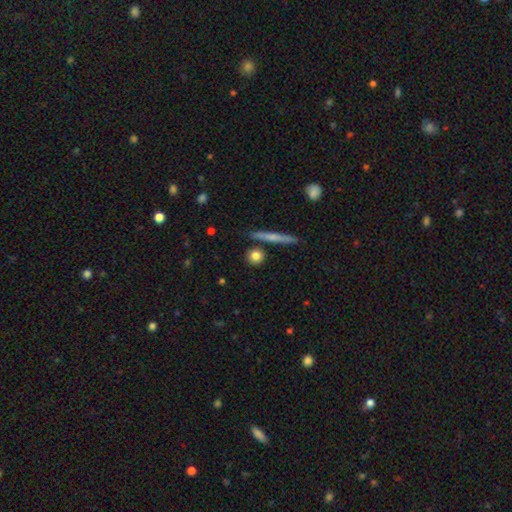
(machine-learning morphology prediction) The model was most divided on "how rounded": round: 79%, in between: 11%, cigar-shaped: 10%. More confident: merging — none (81%); smooth or featured — smooth (80%).